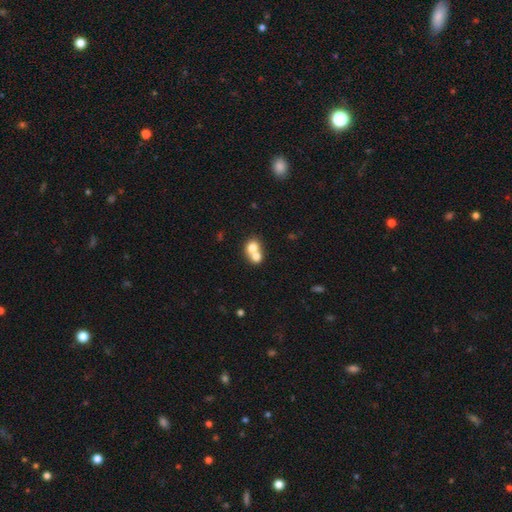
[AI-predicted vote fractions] Overall: smooth (73%). How rounded: round (66%; in between 33%). Merging: merger (70%).